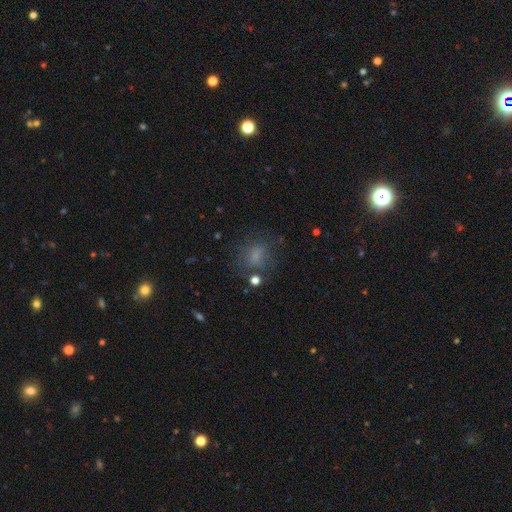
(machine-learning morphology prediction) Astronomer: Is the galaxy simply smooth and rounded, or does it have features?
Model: smooth — 71%.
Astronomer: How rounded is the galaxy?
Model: round — 55% (runner-up: in between, 43%).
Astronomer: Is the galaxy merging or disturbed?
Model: none — 67%.